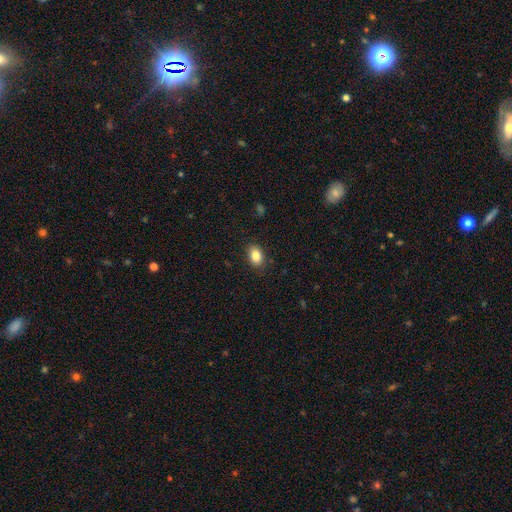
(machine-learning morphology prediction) smooth 85%, star or artifact 8%, featured or disk 6%. Down the decision tree: how rounded — in between (82%); merging — none (88%).